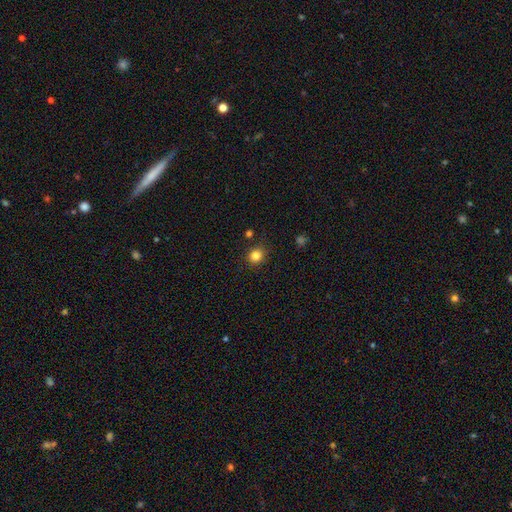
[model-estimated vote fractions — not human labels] Overall: smooth (83%). How rounded: round (84%). Merging: none (85%).